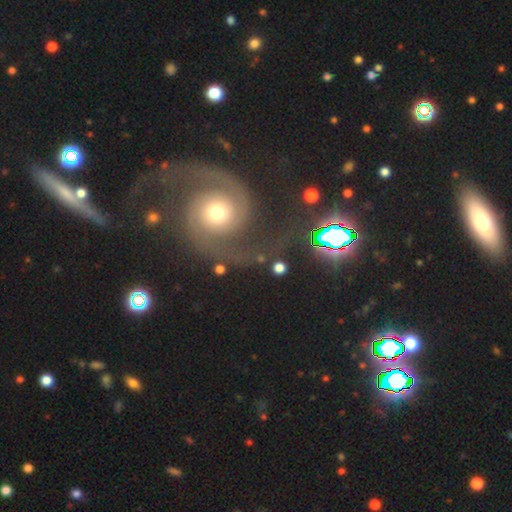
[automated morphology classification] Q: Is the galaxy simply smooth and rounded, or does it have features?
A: featured or disk — 85%.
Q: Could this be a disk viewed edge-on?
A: no — 97%.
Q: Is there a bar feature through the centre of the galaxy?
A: no — 71%.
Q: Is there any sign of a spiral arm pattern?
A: yes — 97%.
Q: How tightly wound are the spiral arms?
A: medium — 54%.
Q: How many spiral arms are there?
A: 2 — 92%.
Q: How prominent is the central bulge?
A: moderate — 59%.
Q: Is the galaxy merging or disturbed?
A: none — 72%.